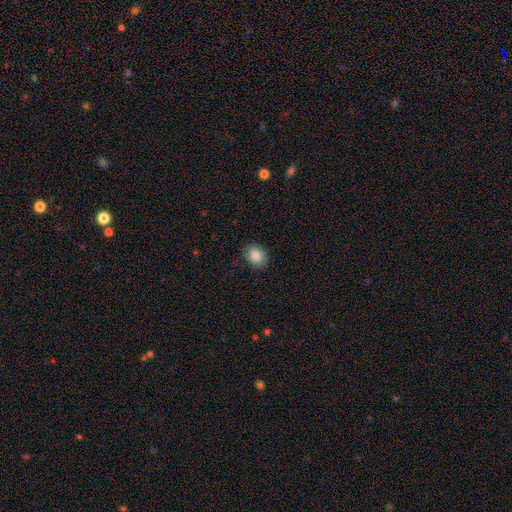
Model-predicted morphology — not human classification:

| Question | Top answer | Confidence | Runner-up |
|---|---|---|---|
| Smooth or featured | smooth | 86% | star or artifact (9%) |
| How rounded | in between | 50% | round (49%) |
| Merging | none | 86% | minor disturbance (10%) |